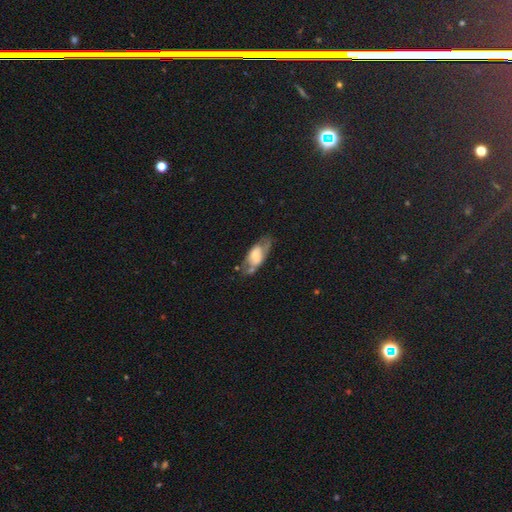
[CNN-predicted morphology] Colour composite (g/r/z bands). It shows a featured or disk galaxy (48%). Merging: none (50%).